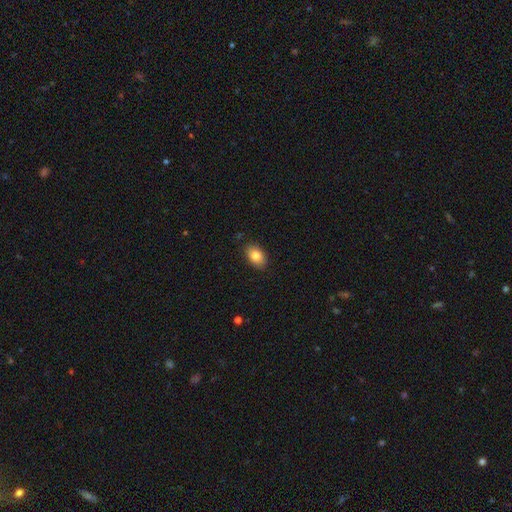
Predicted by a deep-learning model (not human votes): Q: Smooth or featured?
A: smooth (84%); runner-up: featured or disk (9%)
Q: How rounded?
A: in between (89%); runner-up: round (10%)
Q: Merging?
A: none (87%); runner-up: minor disturbance (10%)